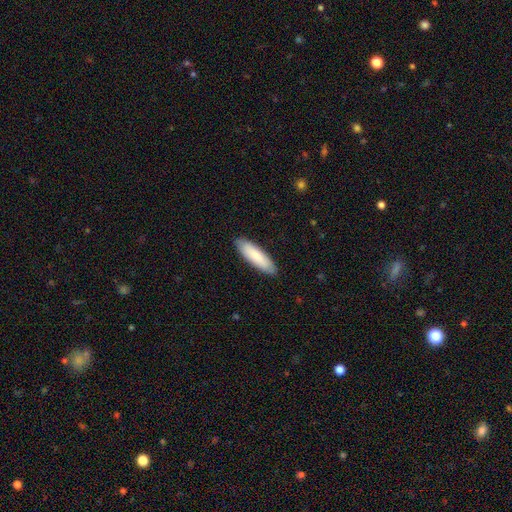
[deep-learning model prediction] Overall: smooth (83%). How rounded: cigar-shaped (59%; in between 40%). Merging: none (89%).